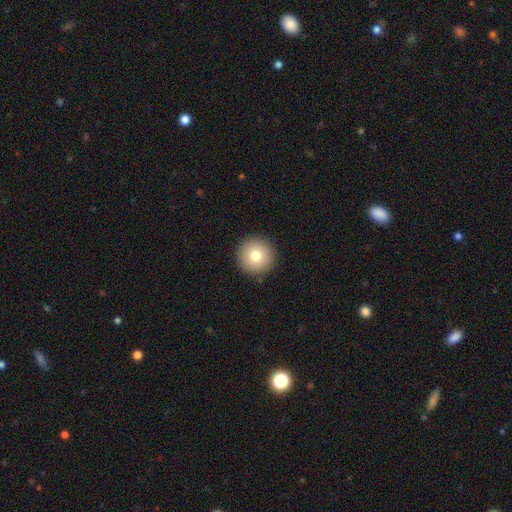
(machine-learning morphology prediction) A smooth galaxy with no disk features (78%) that is round (96%). Merging: none (92%).